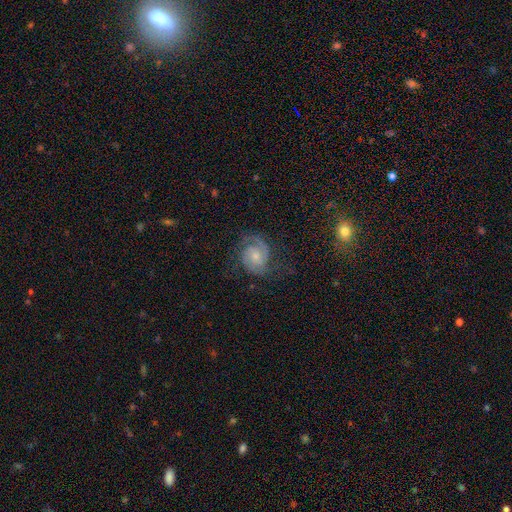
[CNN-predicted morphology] Smooth or featured? Predicted: featured or disk (p=0.80). Edge-on disk? Predicted: no (p=0.98). Bar? Predicted: no (p=0.64). Spiral arms? Predicted: yes (p=0.95). Spiral winding? Predicted: medium (p=0.44). Spiral arm count? Predicted: 2 (p=0.71). Bulge size? Predicted: small (p=0.49). Merging? Predicted: none (p=0.65).